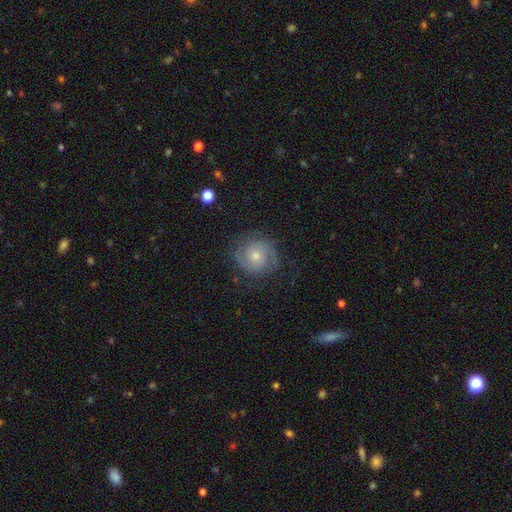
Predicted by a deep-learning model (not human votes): The model was most divided on "bulge size": small: 50%, moderate: 44%, large: 3%, none: 2%, dominant: 1%. More confident: edge-on disk — no (98%); spiral arms — yes (94%); merging — none (78%); smooth or featured — featured or disk (77%); spiral arm count — 2 (76%); bar — no (74%); spiral winding — tight (52%).